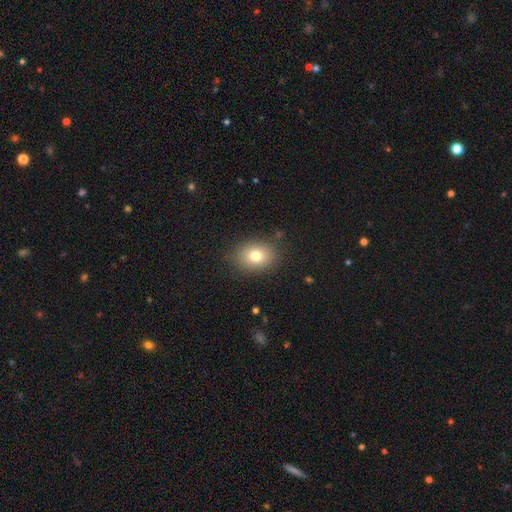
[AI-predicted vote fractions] smooth-or-featured: smooth: 76% | star or artifact: 12% | featured or disk: 12%
  how-rounded: in between: 58% | round: 41% | cigar-shaped: 1%
  merging: none: 85% | minor disturbance: 10% | major disturbance: 4% | merger: 1%